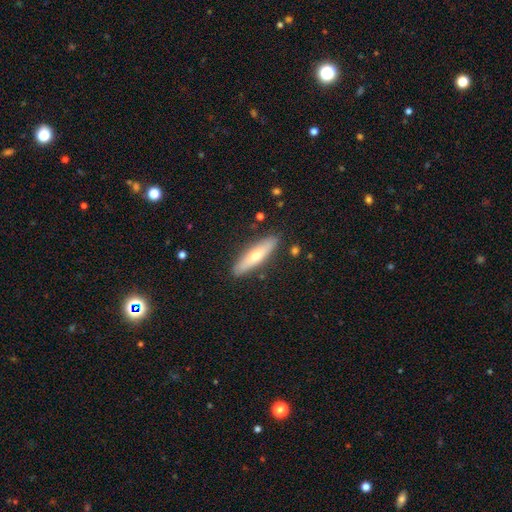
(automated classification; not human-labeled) Smooth or featured: smooth — 58% (featured or disk — 36%)
How rounded: cigar-shaped — 74% (in between — 24%)
Merging: none — 88% (minor disturbance — 8%)